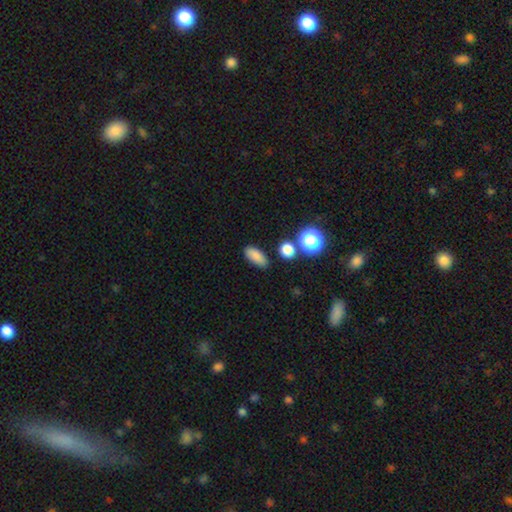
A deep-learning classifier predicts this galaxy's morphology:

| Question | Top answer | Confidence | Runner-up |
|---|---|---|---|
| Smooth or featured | smooth | 84% | star or artifact (11%) |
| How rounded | in between | 81% | cigar-shaped (11%) |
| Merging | none | 83% | minor disturbance (10%) |